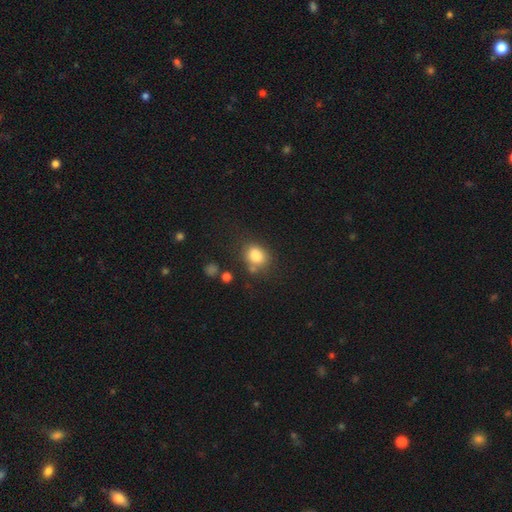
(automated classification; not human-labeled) smooth 82%, star or artifact 10%, featured or disk 8%. Down the decision tree: how rounded — round (50%); merging — none (61%).